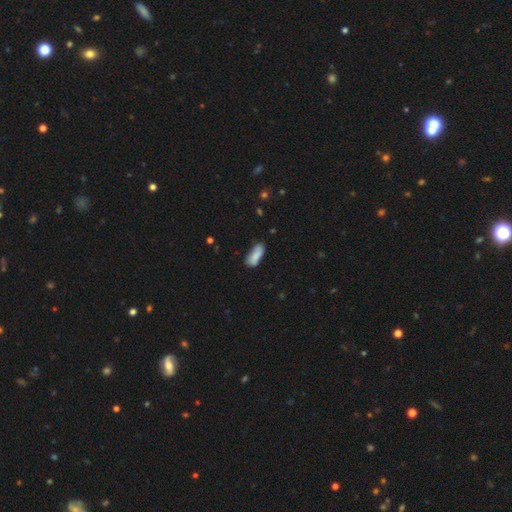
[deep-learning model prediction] smooth_or_featured: smooth (p=0.82) [alt: featured or disk p=0.11]
how_rounded: in between (p=0.73) [alt: cigar-shaped p=0.25]
merging: none (p=0.68) [alt: minor disturbance p=0.24]